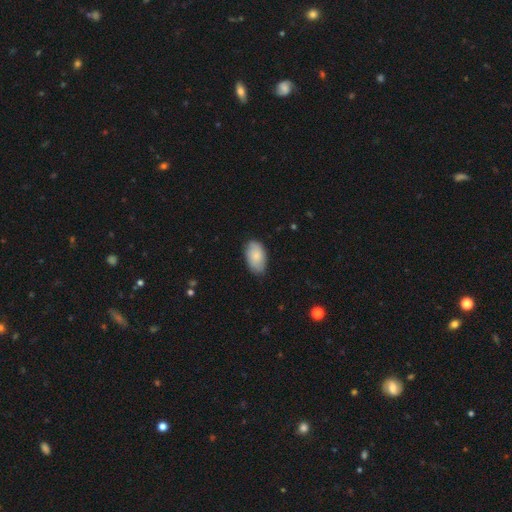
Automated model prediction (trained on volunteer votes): smooth-or-featured: smooth: 81% | featured or disk: 13% | star or artifact: 6%
  how-rounded: in between: 95% | round: 4% | cigar-shaped: 2%
  merging: none: 79% | minor disturbance: 17% | major disturbance: 3% | merger: 1%